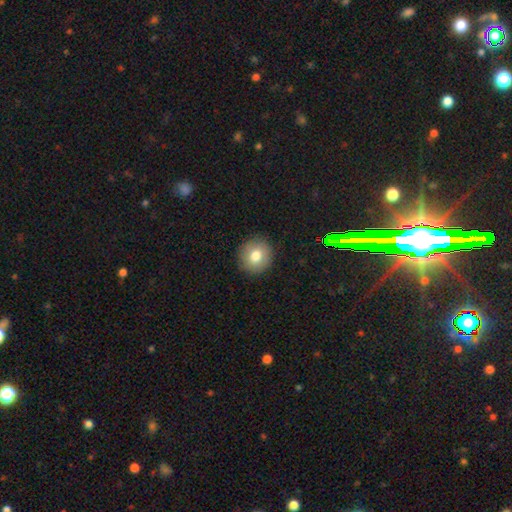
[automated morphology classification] The model was most divided on "smooth or featured": smooth: 77%, featured or disk: 13%, star or artifact: 9%. More confident: merging — none (91%); how rounded — round (88%).